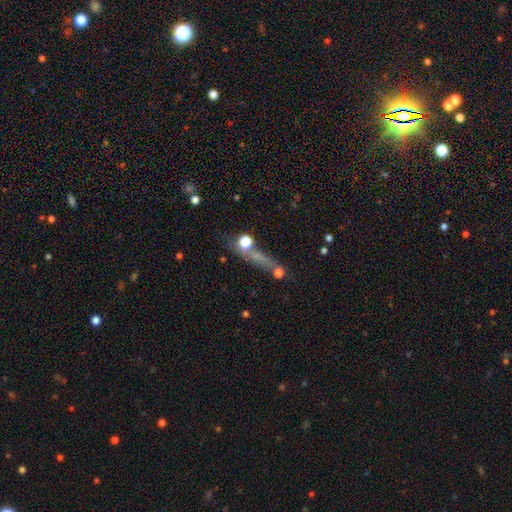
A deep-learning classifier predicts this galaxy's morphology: Smooth or featured? Predicted: smooth (p=0.42). Merging? Predicted: none (p=0.50).